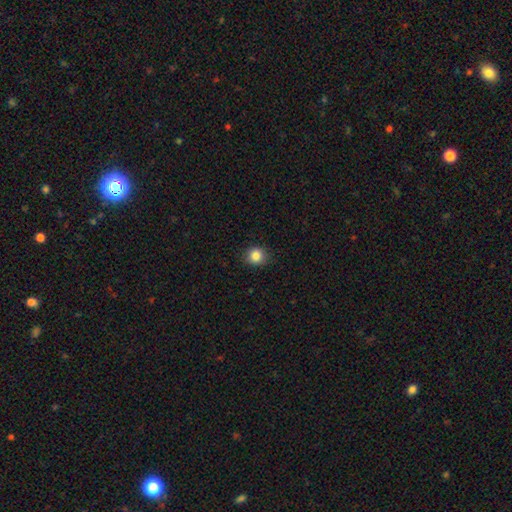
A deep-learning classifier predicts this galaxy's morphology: Smooth or featured?
  - smooth: 85% *
  - star or artifact: 10%
  - featured or disk: 5%
How rounded?
  - round: 78% *
  - in between: 21%
  - cigar-shaped: 1%
Merging?
  - none: 85% *
  - minor disturbance: 12%
  - major disturbance: 2%
  - merger: 1%